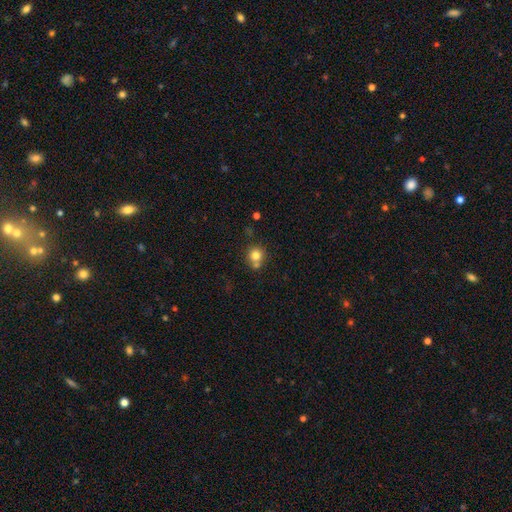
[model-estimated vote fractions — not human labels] Q: Smooth or featured?
A: smooth (79%); runner-up: star or artifact (11%)
Q: How rounded?
A: round (88%); runner-up: in between (11%)
Q: Merging?
A: none (60%); runner-up: merger (26%)